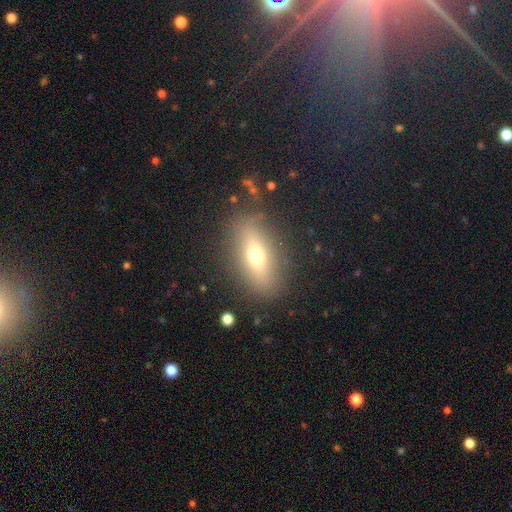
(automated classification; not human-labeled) smooth_or_featured: smooth (p=0.58) [alt: featured or disk p=0.31]
how_rounded: in between (p=0.69) [alt: cigar-shaped p=0.21]
merging: none (p=0.83) [alt: minor disturbance p=0.10]